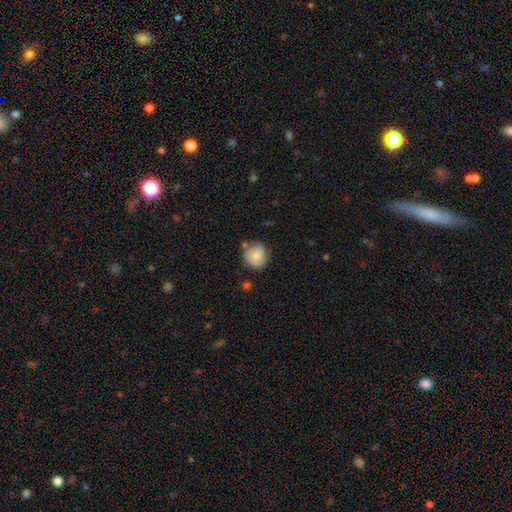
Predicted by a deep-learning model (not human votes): This is likely a smooth galaxy (76%). How rounded: likely round (79%). Merging: likely none (65%).